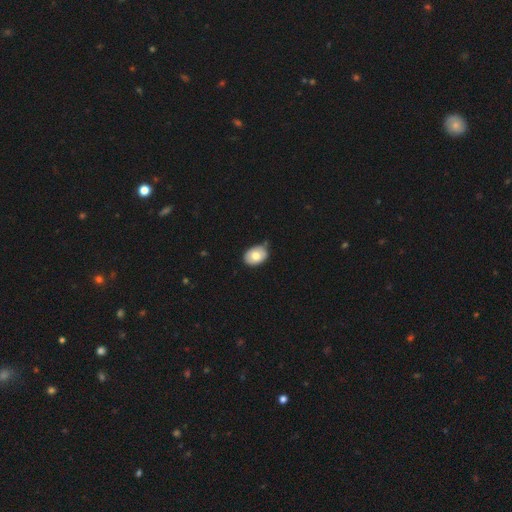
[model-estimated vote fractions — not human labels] A smooth galaxy with no disk features (73%) that is in between round and cigar-shaped (80%). Merging: none (71%).